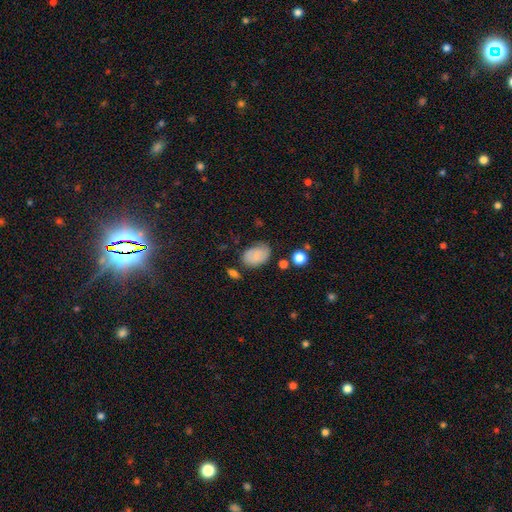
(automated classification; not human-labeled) A smooth galaxy with no disk features (75%) that is in between round and cigar-shaped (86%).

Vote fractions:
- Smooth or featured? smooth: 75% / featured or disk: 16% / star or artifact: 8%
- How rounded? in between: 86% / round: 13% / cigar-shaped: 1%
- Merging? none: 64% / minor disturbance: 25% / major disturbance: 6% / merger: 4%